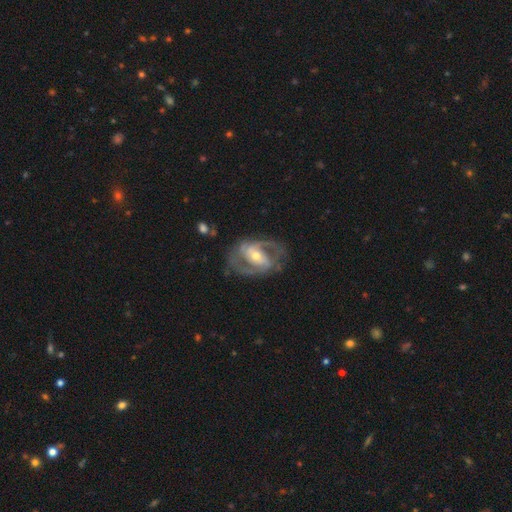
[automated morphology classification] Smooth or featured? featured or disk (87%)
Edge-on disk? no (96%)
Bar? strong (39%)
Spiral arms? yes (92%)
Spiral winding? medium (55%)
Spiral arm count? 2 (82%)
Bulge size? moderate (56%)
Merging? none (71%)